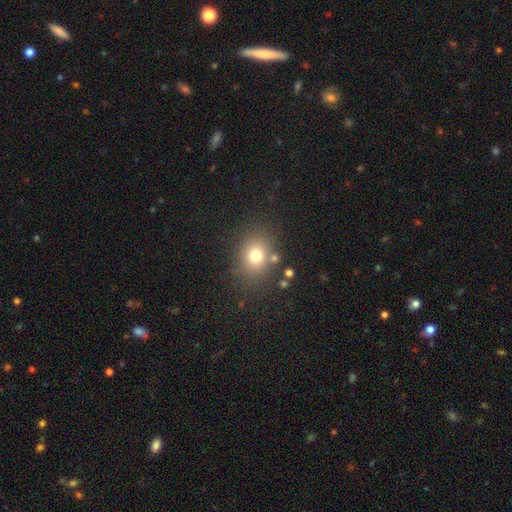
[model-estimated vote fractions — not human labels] A smooth galaxy with no disk features (75%) that is round (58%).

Vote fractions:
- Smooth or featured? smooth: 75% / star or artifact: 15% / featured or disk: 10%
- How rounded? round: 58% / in between: 41% / cigar-shaped: 1%
- Merging? none: 79% / minor disturbance: 11% / merger: 6% / major disturbance: 5%